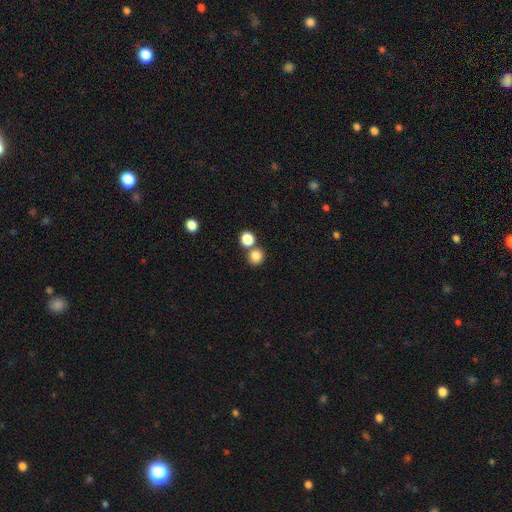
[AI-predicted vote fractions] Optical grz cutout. It shows a smooth galaxy with no disk features (83%) that is round (89%). Merging: none (66%).